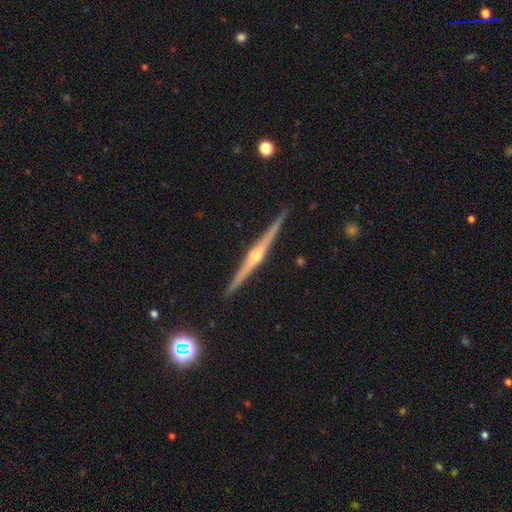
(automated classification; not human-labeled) This is clearly a featured or disk galaxy (88%). It is clearly viewed edge-on (99%). Edge-on bulge: clearly rounded (91%). Merging: clearly none (93%).